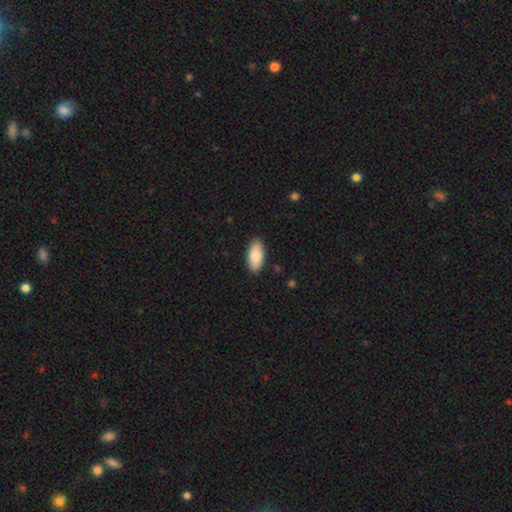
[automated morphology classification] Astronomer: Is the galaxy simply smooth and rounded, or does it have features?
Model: smooth — 82%.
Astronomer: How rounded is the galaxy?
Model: in between — 93%.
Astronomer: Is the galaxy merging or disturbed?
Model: none — 89%.